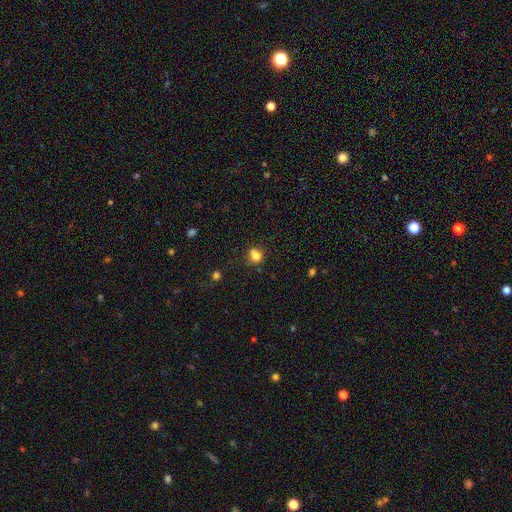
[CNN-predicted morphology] Smooth or featured? Predicted: smooth (p=0.76). How rounded? Predicted: round (p=0.77). Merging? Predicted: none (p=0.54).